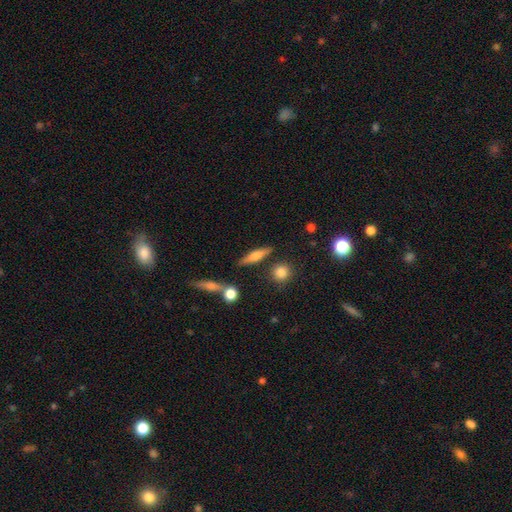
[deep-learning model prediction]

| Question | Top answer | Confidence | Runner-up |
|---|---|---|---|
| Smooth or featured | smooth | 54% | featured or disk (37%) |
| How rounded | cigar-shaped | 69% | in between (24%) |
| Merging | none | 78% | minor disturbance (11%) |